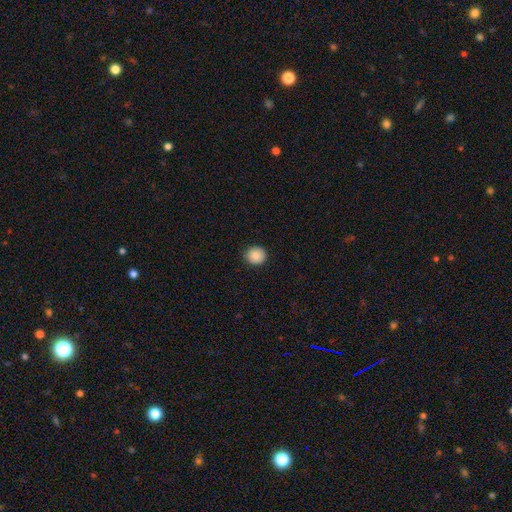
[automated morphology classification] type=smooth (88%); roundness=round (88%); merging=none (91%).